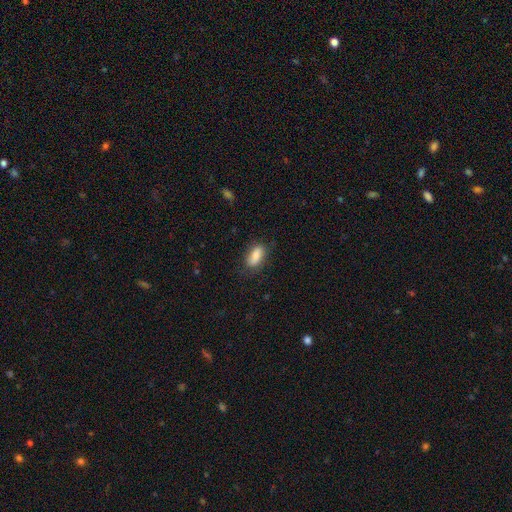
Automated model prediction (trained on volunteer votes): This appears to be a smooth galaxy with no disk features (85%) that is in between round and cigar-shaped (86%). Merging: none (76%).